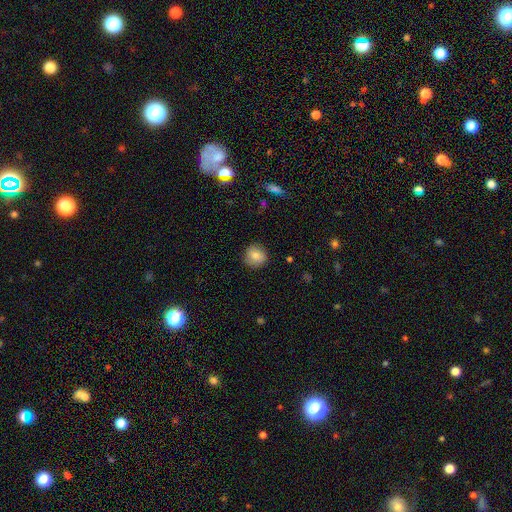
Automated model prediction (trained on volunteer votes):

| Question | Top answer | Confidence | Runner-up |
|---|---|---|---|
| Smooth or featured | smooth | 82% | featured or disk (9%) |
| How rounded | round | 91% | in between (8%) |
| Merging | none | 89% | minor disturbance (8%) |